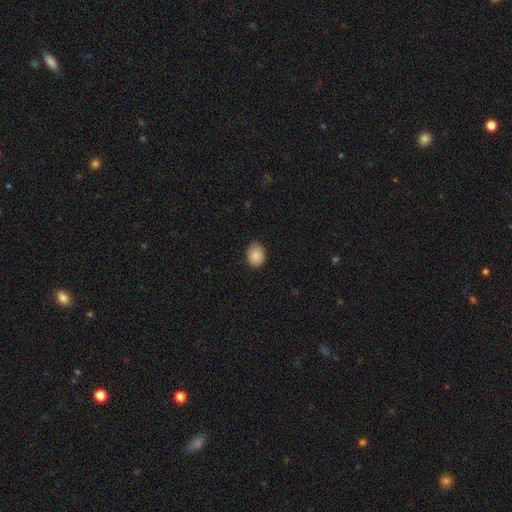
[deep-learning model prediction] Smooth or featured? smooth (87%)
How rounded? in between (59%)
Merging? none (81%)